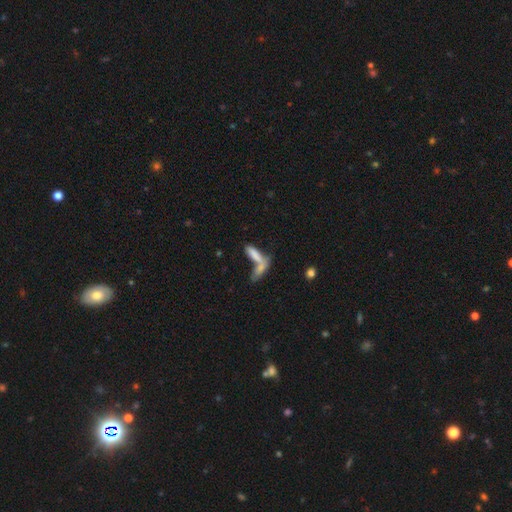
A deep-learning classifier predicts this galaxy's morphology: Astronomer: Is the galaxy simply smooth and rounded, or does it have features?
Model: smooth — 75%.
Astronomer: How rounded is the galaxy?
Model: cigar-shaped — 52% (runner-up: in between, 45%).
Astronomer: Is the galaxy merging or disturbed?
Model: merger — 60%.